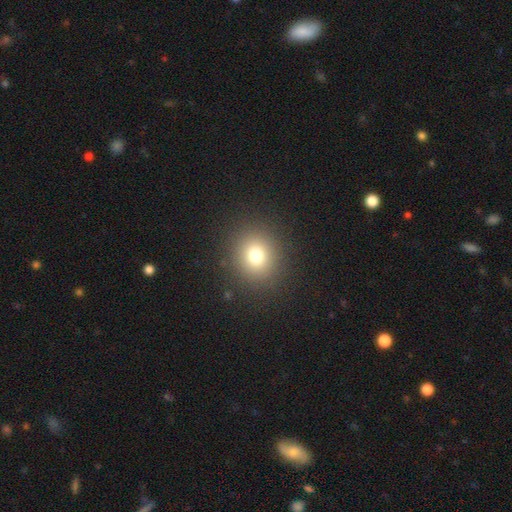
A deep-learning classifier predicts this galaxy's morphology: smooth_or_featured: smooth (p=0.76) [alt: star or artifact p=0.16]
how_rounded: round (p=0.81) [alt: in between p=0.18]
merging: none (p=0.89) [alt: minor disturbance p=0.06]